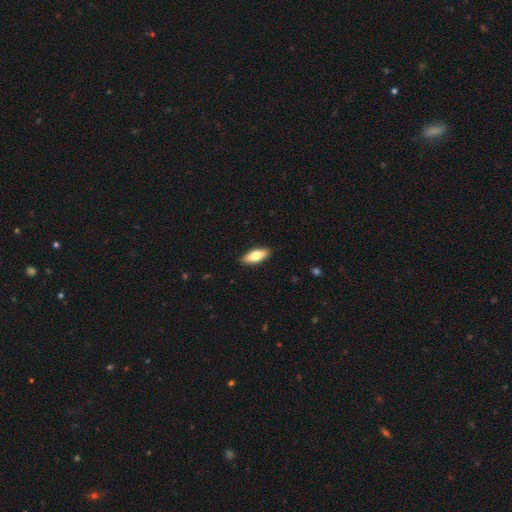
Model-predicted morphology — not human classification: A smooth galaxy with no disk features (69%) that is in between round and cigar-shaped (70%). Merging: none (90%).